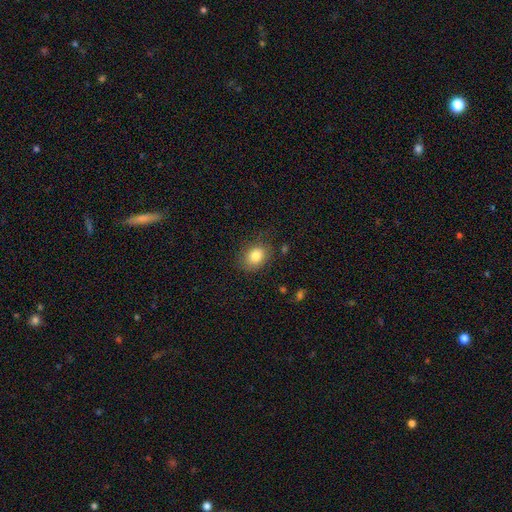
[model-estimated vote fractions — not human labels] Smooth or featured?
  - smooth: 83% *
  - star or artifact: 9%
  - featured or disk: 8%
How rounded?
  - in between: 59% *
  - round: 40%
  - cigar-shaped: 1%
Merging?
  - none: 77% *
  - minor disturbance: 16%
  - major disturbance: 5%
  - merger: 2%